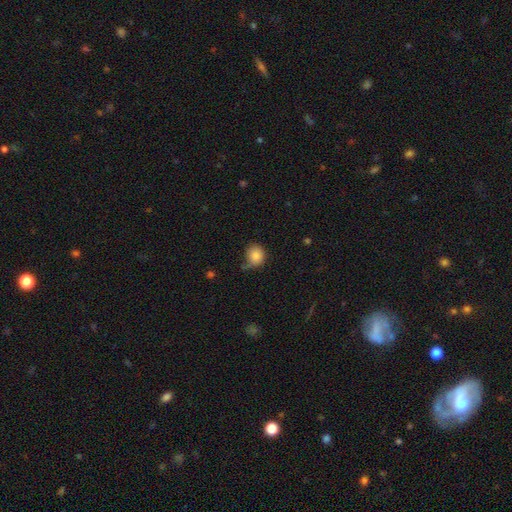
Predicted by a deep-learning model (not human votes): A smooth galaxy with no disk features (84%) that is round (79%).

Vote fractions:
- Smooth or featured? smooth: 84% / star or artifact: 10% / featured or disk: 7%
- How rounded? round: 79% / in between: 20% / cigar-shaped: 1%
- Merging? none: 59% / minor disturbance: 27% / major disturbance: 9% / merger: 6%